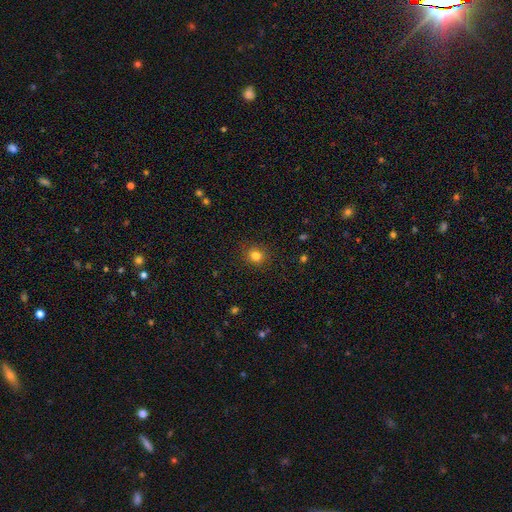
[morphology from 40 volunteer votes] Smooth or featured? 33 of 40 (82%) said smooth. How rounded? 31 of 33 (94%) said round. Merging? 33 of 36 (92%) said none.